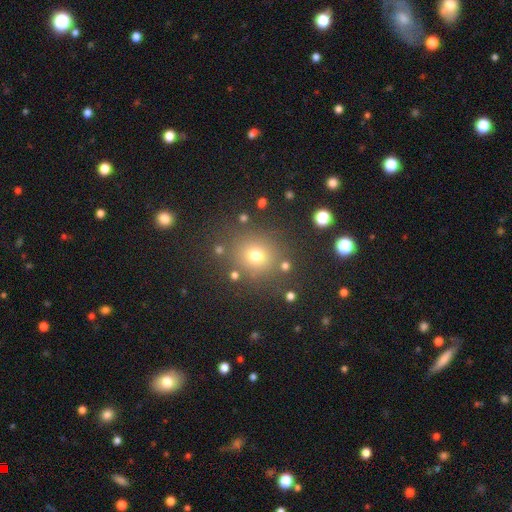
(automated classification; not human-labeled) smooth_or_featured: smooth (p=0.72) [alt: star or artifact p=0.20]
how_rounded: round (p=0.85) [alt: in between p=0.14]
merging: none (p=0.82) [alt: minor disturbance p=0.09]